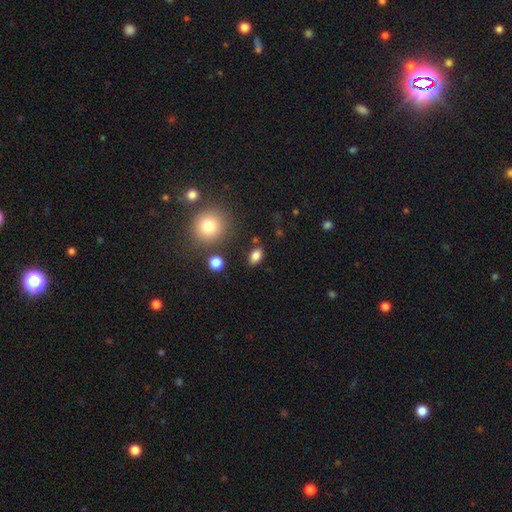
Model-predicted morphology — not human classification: smooth 83%, star or artifact 11%, featured or disk 6%. Down the decision tree: how rounded — in between (83%); merging — none (84%).